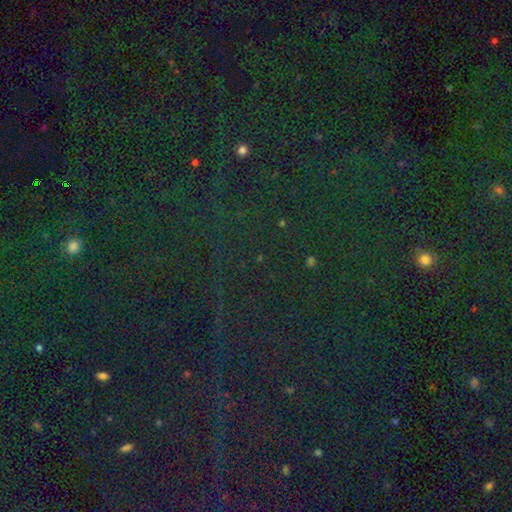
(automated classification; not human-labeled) The model was most divided on "smooth or featured": star or artifact: 80%, smooth: 12%, featured or disk: 7%.